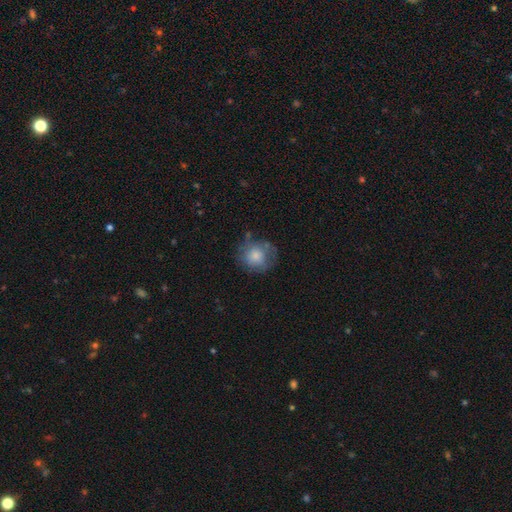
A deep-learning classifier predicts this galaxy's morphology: Overall: smooth (72%). How rounded: round (81%). Merging: none (58%; minor disturbance 26%).